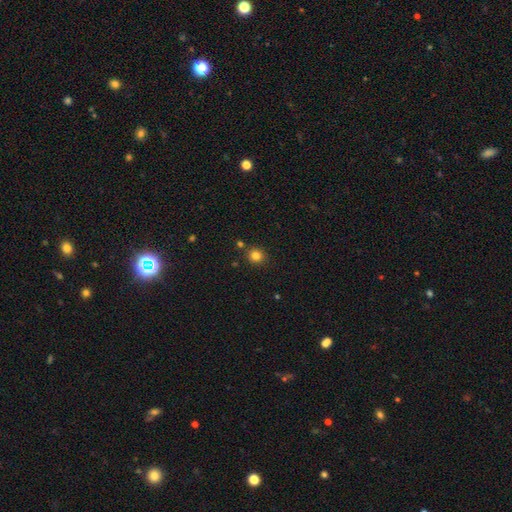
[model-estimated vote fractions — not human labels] This appears to be a smooth galaxy with no disk features (82%) that is round (86%). Merging: none (84%).